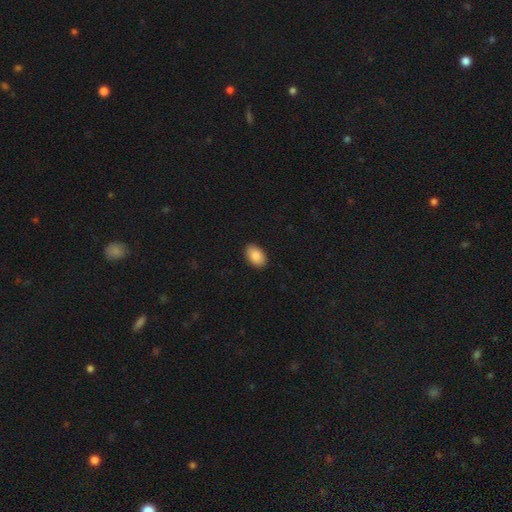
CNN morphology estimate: smooth-or-featured: smooth: 87% | star or artifact: 7% | featured or disk: 6%
  how-rounded: in between: 92% | round: 7% | cigar-shaped: 1%
  merging: none: 90% | minor disturbance: 7% | major disturbance: 2% | merger: 1%